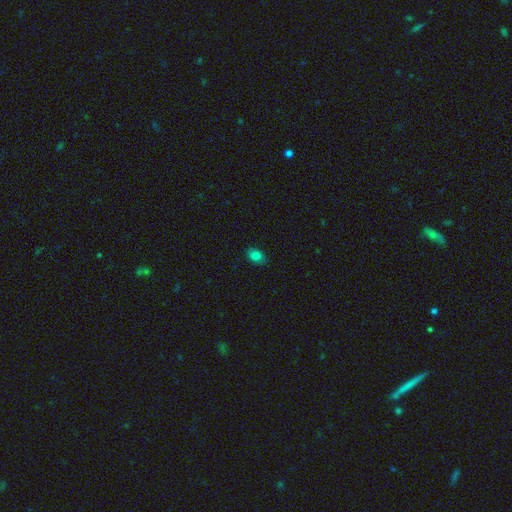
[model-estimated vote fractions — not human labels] A smooth galaxy with no disk features (82%) that is in between round and cigar-shaped (82%).

Vote fractions:
- Smooth or featured? smooth: 82% / star or artifact: 13% / featured or disk: 5%
- How rounded? in between: 82% / round: 17% / cigar-shaped: 1%
- Merging? none: 84% / minor disturbance: 12% / major disturbance: 2% / merger: 1%